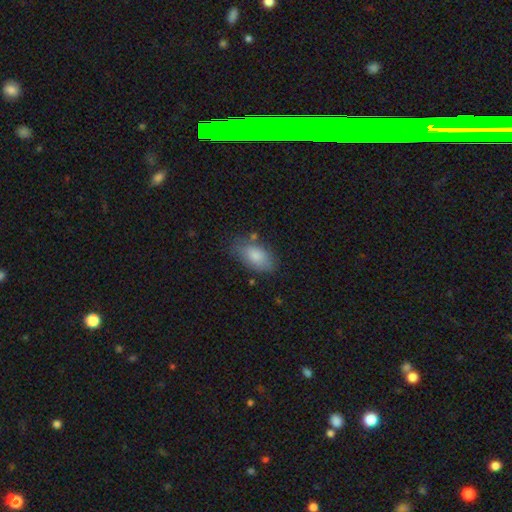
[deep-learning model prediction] The model was most divided on "merging": none: 66%, minor disturbance: 23%, major disturbance: 7%, merger: 5%. More confident: how rounded — in between (92%); smooth or featured — smooth (83%).